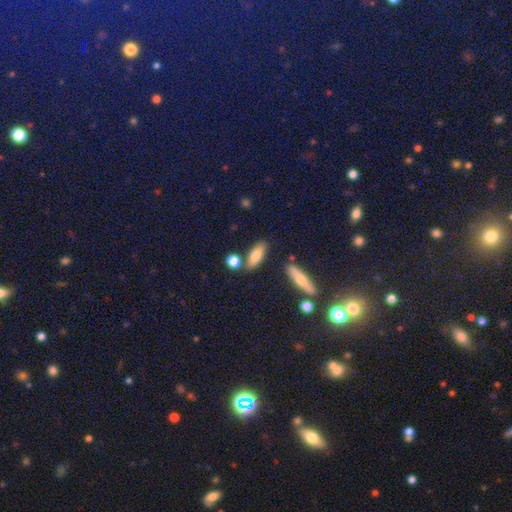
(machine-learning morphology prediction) Q: Smooth or featured?
A: smooth (77%); runner-up: featured or disk (15%)
Q: How rounded?
A: in between (67%); runner-up: cigar-shaped (29%)
Q: Merging?
A: none (73%); runner-up: minor disturbance (12%)